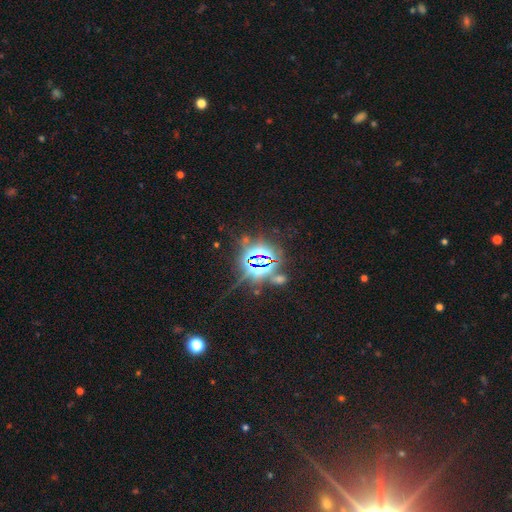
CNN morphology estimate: smooth-or-featured: star or artifact: 85% | smooth: 8% | featured or disk: 7%